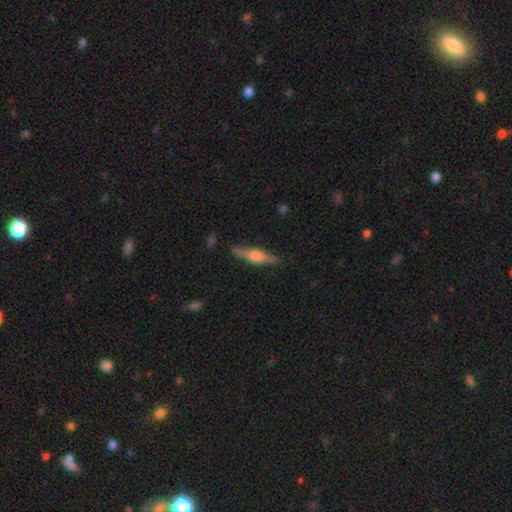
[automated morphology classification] featured or disk 68%, smooth 26%, star or artifact 6%. Down the decision tree: edge-on disk — yes (96%); edge-on bulge — rounded (88%); merging — none (86%).